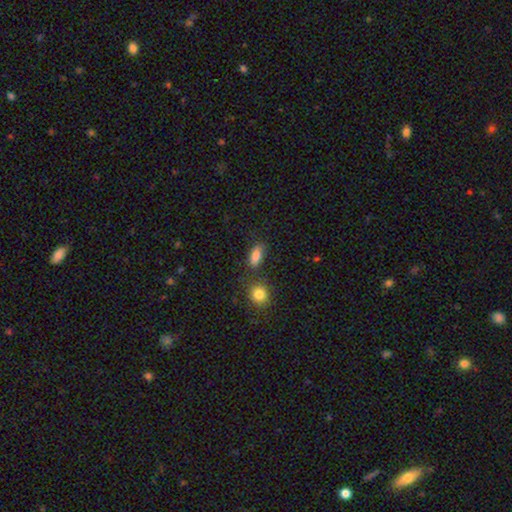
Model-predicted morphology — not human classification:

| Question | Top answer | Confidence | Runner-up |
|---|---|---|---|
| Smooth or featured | smooth | 84% | star or artifact (9%) |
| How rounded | in between | 81% | cigar-shaped (13%) |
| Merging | none | 75% | minor disturbance (14%) |